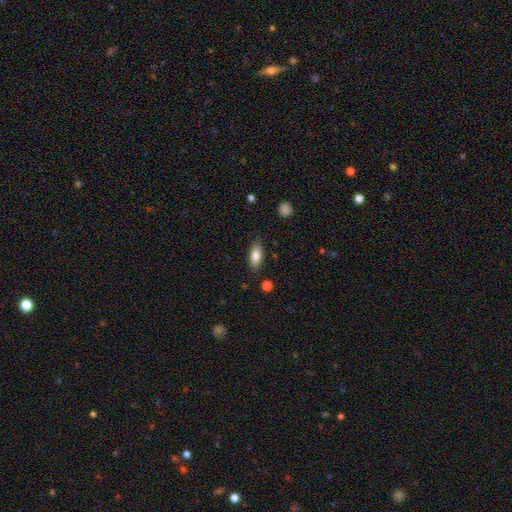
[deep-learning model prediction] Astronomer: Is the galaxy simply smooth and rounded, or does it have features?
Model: smooth — 82%.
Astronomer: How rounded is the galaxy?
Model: in between — 79%.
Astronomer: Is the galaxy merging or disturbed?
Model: none — 84%.